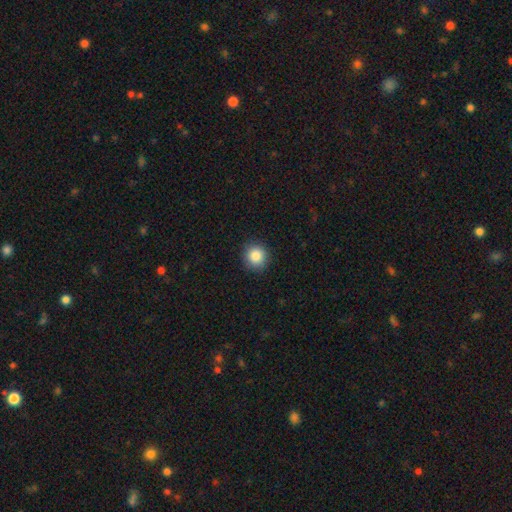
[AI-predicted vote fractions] This appears to be a smooth galaxy with no disk features (86%) that is round (92%). Merging: none (91%).